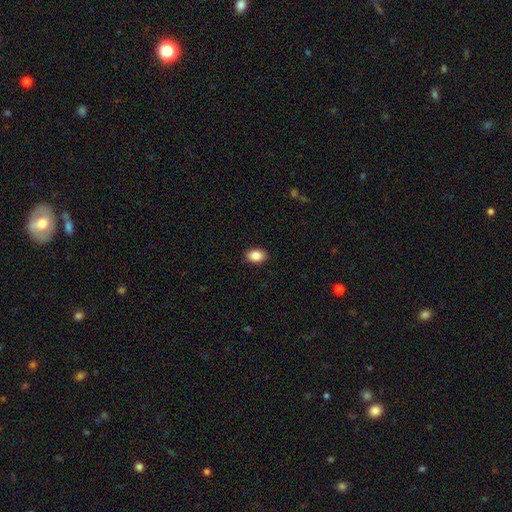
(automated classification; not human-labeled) Smooth or featured?
  - smooth: 88% *
  - star or artifact: 8%
  - featured or disk: 4%
How rounded?
  - in between: 82% *
  - round: 17%
  - cigar-shaped: 1%
Merging?
  - none: 90% *
  - minor disturbance: 7%
  - major disturbance: 2%
  - merger: 1%